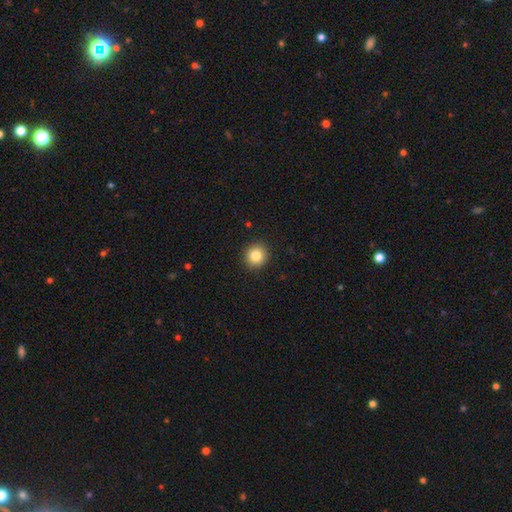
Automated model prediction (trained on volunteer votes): Smooth or featured? Predicted: smooth (p=0.83). How rounded? Predicted: round (p=0.91). Merging? Predicted: none (p=0.92).